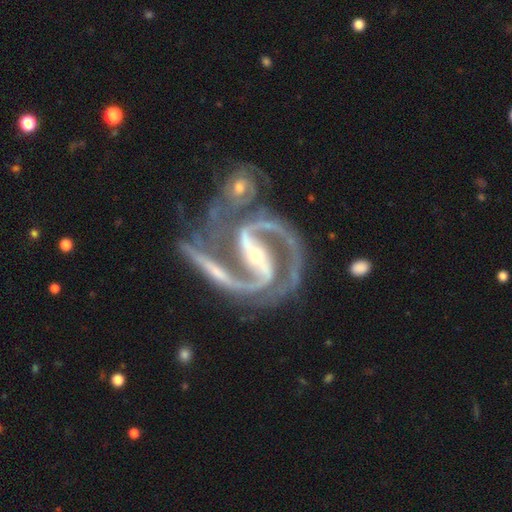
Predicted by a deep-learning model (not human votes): Smooth or featured? featured or disk (94%)
Edge-on disk? no (97%)
Bar? strong (77%)
Spiral arms? yes (98%)
Spiral winding? medium (60%)
Spiral arm count? 2 (92%)
Bulge size? small (59%)
Merging? merger (39%)